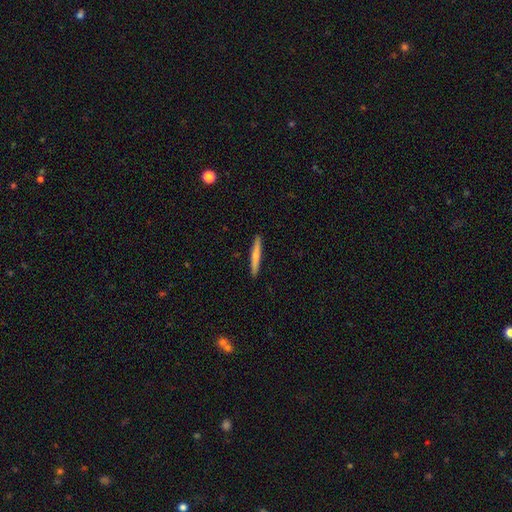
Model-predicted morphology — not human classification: A smooth galaxy with no disk features (60%) that is cigar-shaped (95%).

Vote fractions:
- Smooth or featured? smooth: 60% / featured or disk: 35% / star or artifact: 5%
- How rounded? cigar-shaped: 95% / in between: 4% / round: 1%
- Merging? none: 92% / minor disturbance: 6% / major disturbance: 1% / merger: 1%